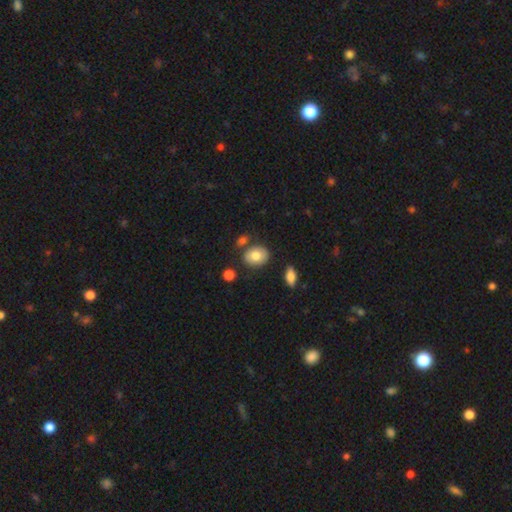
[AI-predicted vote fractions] Q: Smooth or featured?
A: smooth (77%); runner-up: featured or disk (15%)
Q: How rounded?
A: in between (61%); runner-up: round (37%)
Q: Merging?
A: none (75%); runner-up: minor disturbance (14%)